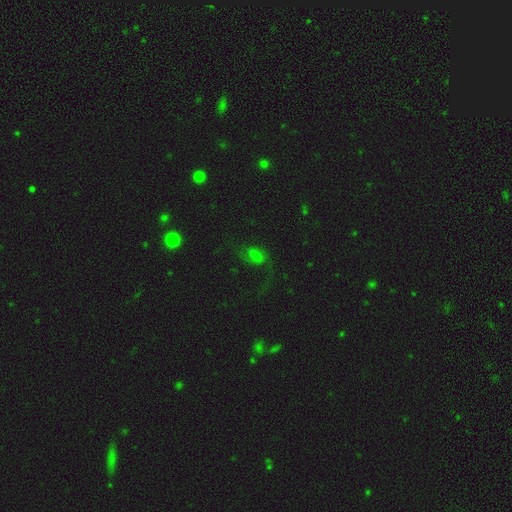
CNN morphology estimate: smooth_or_featured: smooth (p=0.48) [alt: featured or disk p=0.28]
merging: none (p=0.57) [alt: major disturbance p=0.21]